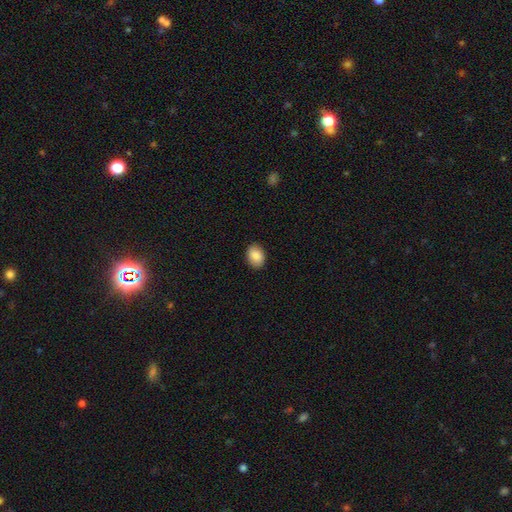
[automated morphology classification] Smooth or featured?
  - smooth: 88% *
  - star or artifact: 7%
  - featured or disk: 5%
How rounded?
  - in between: 74% *
  - round: 25%
  - cigar-shaped: 1%
Merging?
  - none: 90% *
  - minor disturbance: 8%
  - major disturbance: 2%
  - merger: 1%